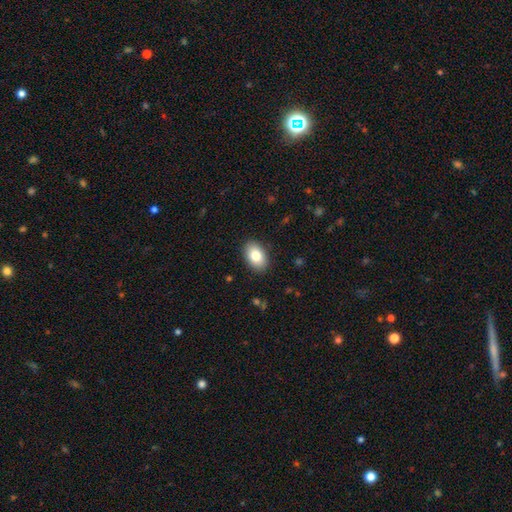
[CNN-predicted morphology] This is clearly a smooth galaxy (82%). How rounded: clearly in between (91%). Merging: clearly none (89%).